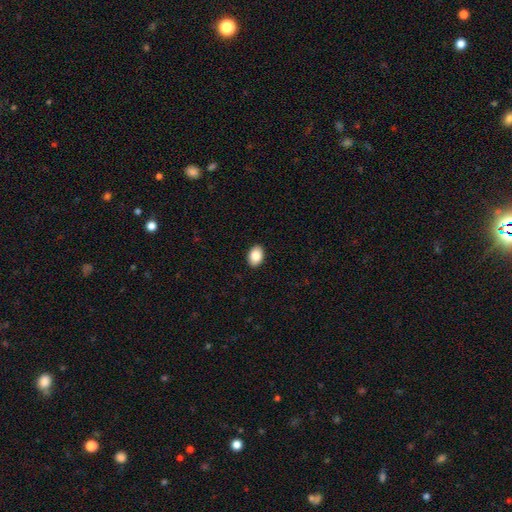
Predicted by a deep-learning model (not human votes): Smooth or featured? Predicted: smooth (p=0.88). How rounded? Predicted: in between (p=0.82). Merging? Predicted: none (p=0.90).